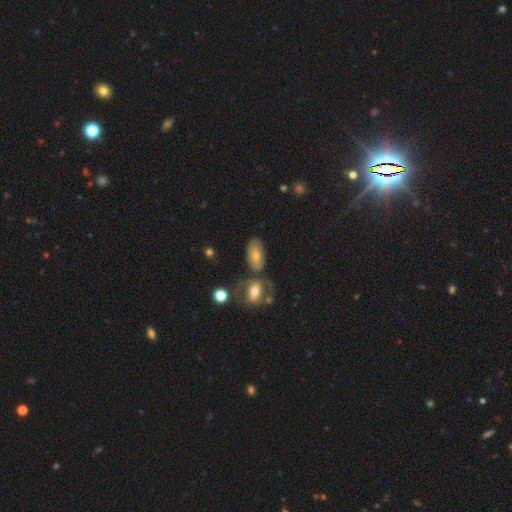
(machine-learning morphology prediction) This appears to be a smooth galaxy with no disk features (62%) that is in between round and cigar-shaped (89%). Merging: none (52%).